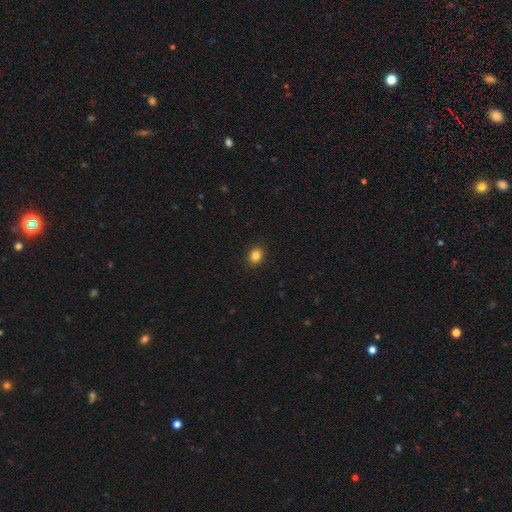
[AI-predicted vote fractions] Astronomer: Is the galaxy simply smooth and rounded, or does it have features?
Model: smooth — 84%.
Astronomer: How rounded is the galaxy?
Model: round — 57% (runner-up: in between, 42%).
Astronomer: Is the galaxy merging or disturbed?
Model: none — 91%.